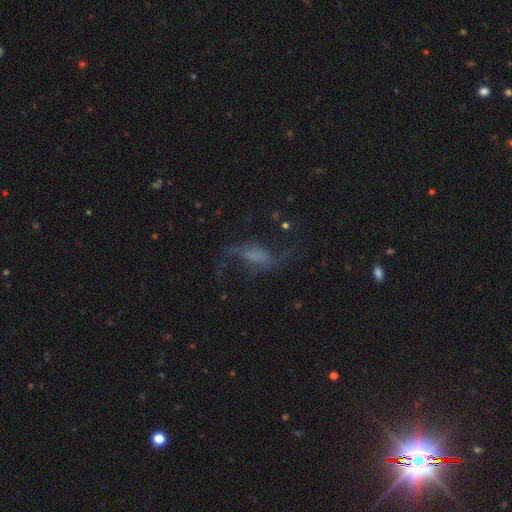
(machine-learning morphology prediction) featured or disk 59%, smooth 24%, star or artifact 17%. Down the decision tree: edge-on disk — no (91%); bar — no (47%); spiral arms — yes (76%); bulge size — none (59%); merging — none (47%).